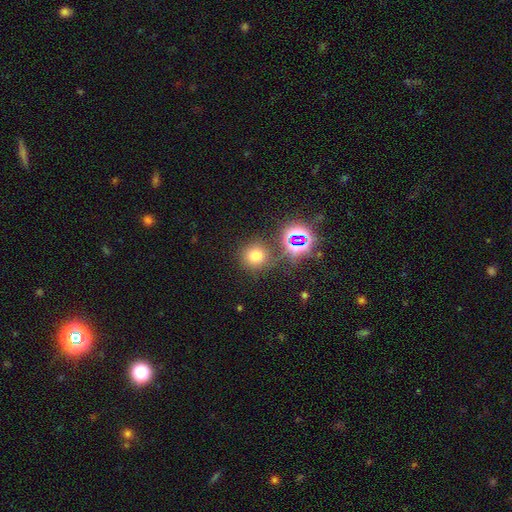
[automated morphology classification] Smooth or featured? smooth (66%)
How rounded? round (91%)
Merging? none (79%)